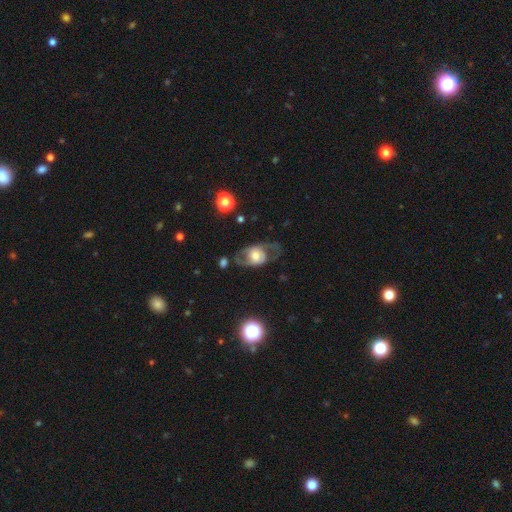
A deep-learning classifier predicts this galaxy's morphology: Overall: featured or disk (63%; smooth 30%). Edge-on disk: no (92%). Bar: no (67%). Spiral arms: yes (68%; no 32%). Bulge size: moderate (52%; large 23%). Merging: none (53%; major disturbance 24%).